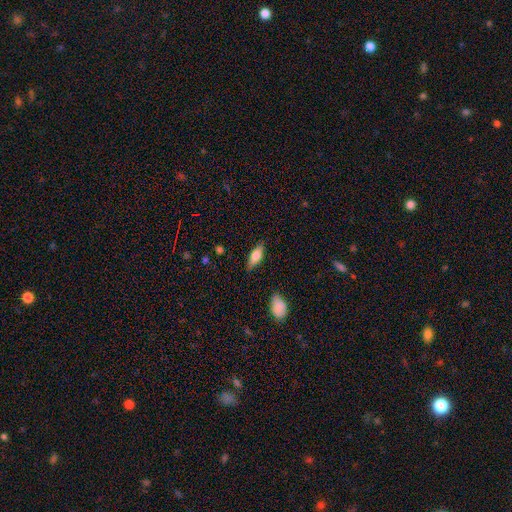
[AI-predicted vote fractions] Q: Smooth or featured?
A: smooth (66%); runner-up: featured or disk (27%)
Q: How rounded?
A: in between (70%); runner-up: cigar-shaped (27%)
Q: Merging?
A: none (82%); runner-up: minor disturbance (14%)